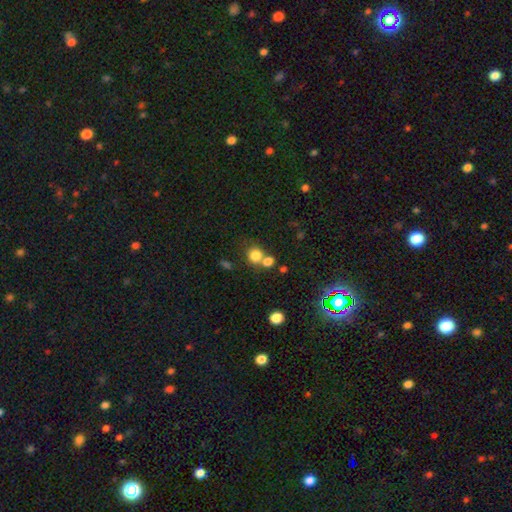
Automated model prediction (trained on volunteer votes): Smooth or featured?
  - smooth: 80% *
  - star or artifact: 12%
  - featured or disk: 8%
How rounded?
  - round: 81% *
  - in between: 18%
  - cigar-shaped: 1%
Merging?
  - none: 49% *
  - merger: 39%
  - minor disturbance: 8%
  - major disturbance: 4%